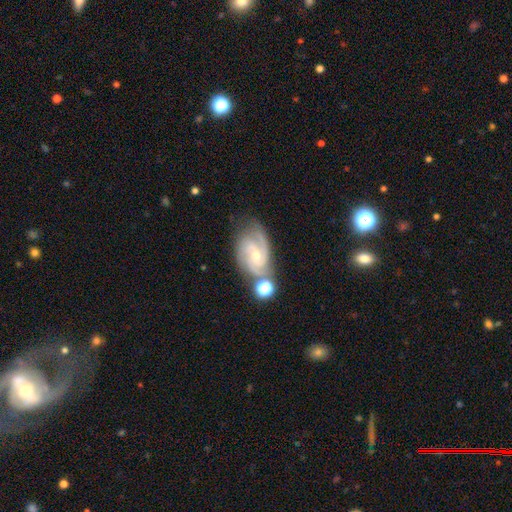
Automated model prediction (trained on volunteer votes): Smooth or featured? featured or disk (86%)
Edge-on disk? no (97%)
Bar? no (50%)
Spiral arms? yes (97%)
Spiral winding? tight (49%)
Spiral arm count? 3 (39%)
Bulge size? small (56%)
Merging? none (60%)